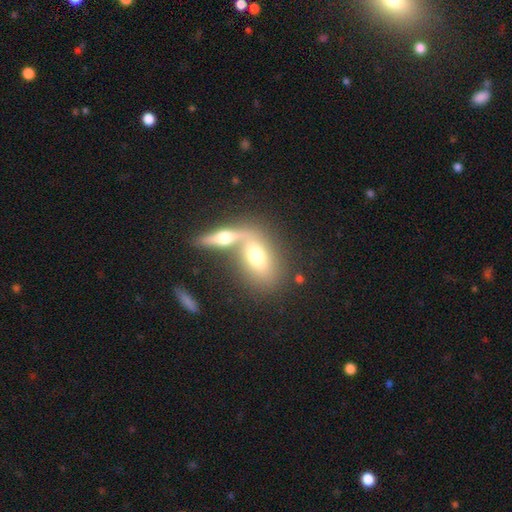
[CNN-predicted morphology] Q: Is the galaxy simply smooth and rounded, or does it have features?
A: smooth — 56%.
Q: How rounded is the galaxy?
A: in between — 77%.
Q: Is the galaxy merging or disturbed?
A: merger — 54%.